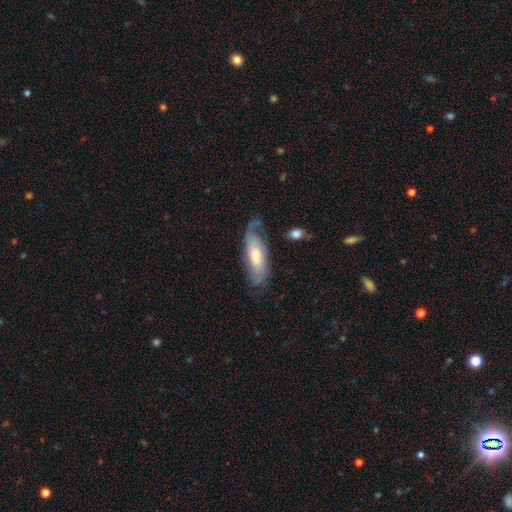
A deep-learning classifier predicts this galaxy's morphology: featured or disk 55%, smooth 39%, star or artifact 6%. Down the decision tree: edge-on disk — no (80%); merging — none (56%).